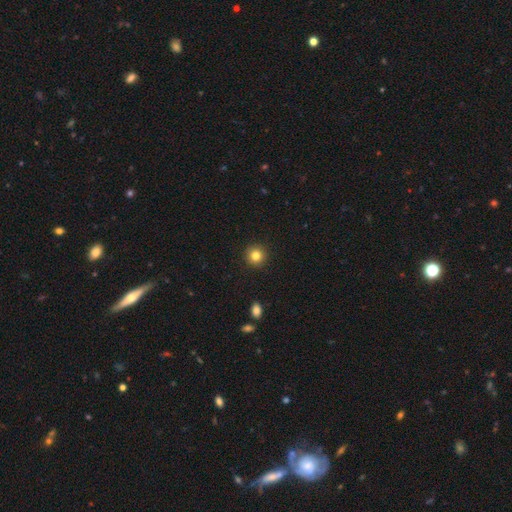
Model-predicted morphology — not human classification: Smooth or featured? Predicted: smooth (p=0.83). How rounded? Predicted: round (p=0.94). Merging? Predicted: none (p=0.93).